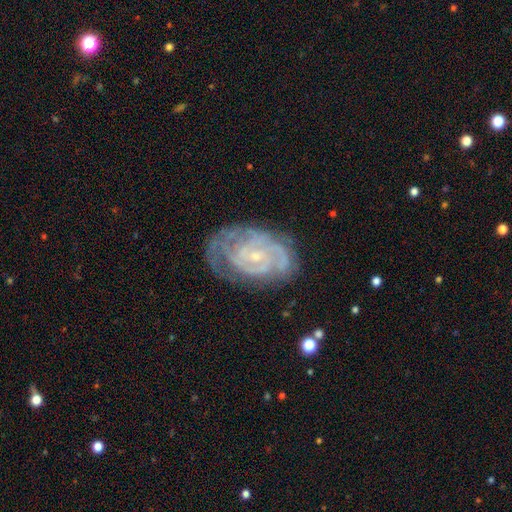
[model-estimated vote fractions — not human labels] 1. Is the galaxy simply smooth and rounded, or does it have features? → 86% featured or disk, 8% smooth, 6% star or artifact.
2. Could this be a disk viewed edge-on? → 97% no, 3% yes.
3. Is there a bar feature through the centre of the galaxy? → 58% no, 34% weak, 8% strong.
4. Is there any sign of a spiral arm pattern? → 94% yes, 6% no.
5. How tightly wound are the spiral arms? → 71% tight, 24% medium, 5% loose.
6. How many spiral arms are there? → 34% 2, 31% can't tell, 17% 3, 7% 4, 5% 1, 5% more than 4.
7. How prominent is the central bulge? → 78% small, 16% moderate, 4% none, 1% large, 1% dominant.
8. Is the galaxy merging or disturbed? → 66% none, 23% minor disturbance, 10% major disturbance, 2% merger.